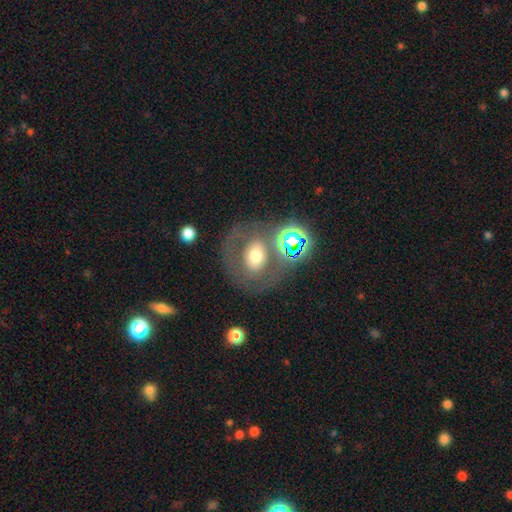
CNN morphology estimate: type=smooth (48%); merging=none (63%).